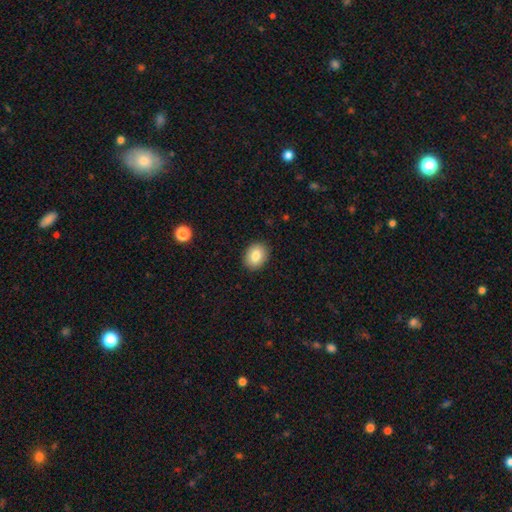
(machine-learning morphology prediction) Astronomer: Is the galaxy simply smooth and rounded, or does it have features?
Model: smooth — 82%.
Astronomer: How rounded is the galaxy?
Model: in between — 53% (runner-up: round, 46%).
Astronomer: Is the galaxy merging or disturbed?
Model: none — 90%.